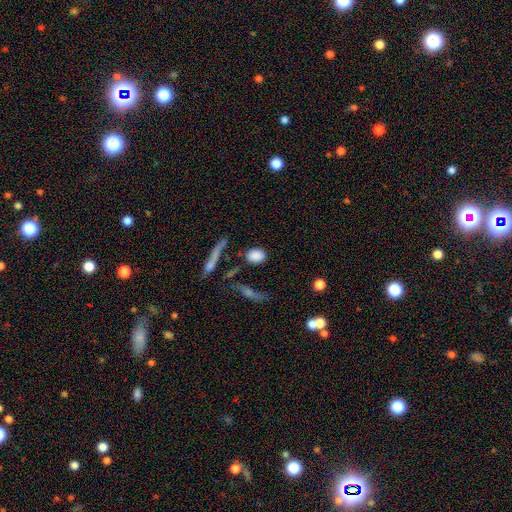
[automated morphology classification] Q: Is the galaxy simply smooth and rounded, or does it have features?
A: smooth — 85%.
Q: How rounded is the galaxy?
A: in between — 57%.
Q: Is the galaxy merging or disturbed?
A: none — 68%.